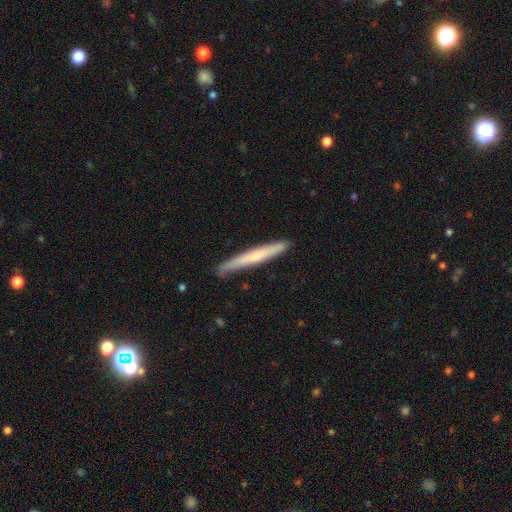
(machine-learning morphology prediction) A smooth galaxy with no disk features (54%) that is cigar-shaped (97%).

Vote fractions:
- Smooth or featured? smooth: 54% / featured or disk: 41% / star or artifact: 5%
- How rounded? cigar-shaped: 97% / in between: 2% / round: 1%
- Merging? none: 85% / minor disturbance: 12% / major disturbance: 2% / merger: 1%